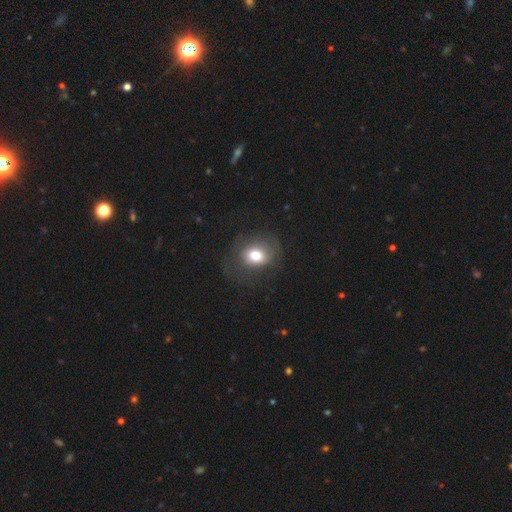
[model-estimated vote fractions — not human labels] Smooth or featured?
  - smooth: 73% *
  - featured or disk: 16%
  - star or artifact: 11%
How rounded?
  - round: 56% *
  - in between: 43%
  - cigar-shaped: 1%
Merging?
  - none: 62% *
  - minor disturbance: 20%
  - major disturbance: 16%
  - merger: 1%